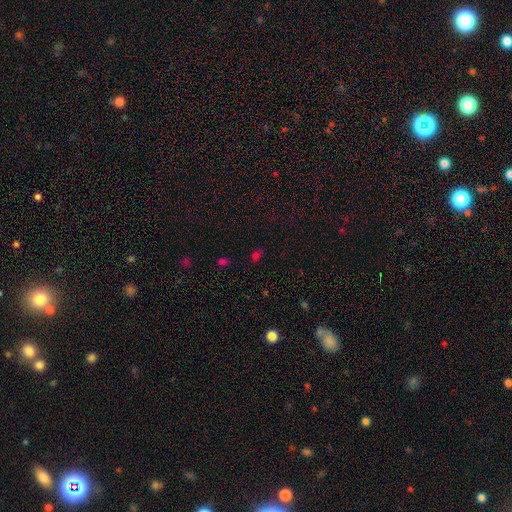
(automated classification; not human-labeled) Smooth or featured? Predicted: smooth (p=0.56). How rounded? Predicted: in between (p=0.70). Merging? Predicted: none (p=0.71).